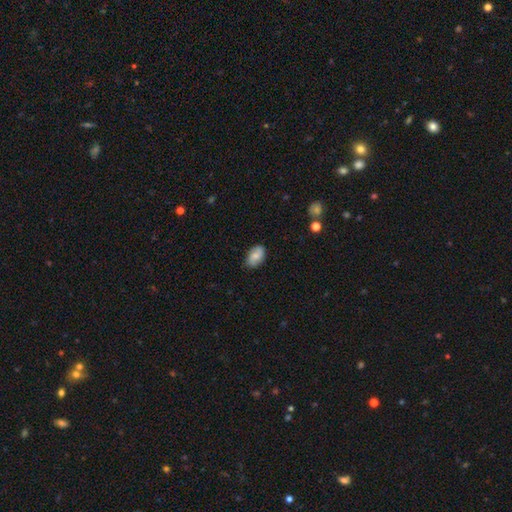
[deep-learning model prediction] This is likely a smooth galaxy (74%). How rounded: clearly in between (91%). Merging: clearly none (80%).